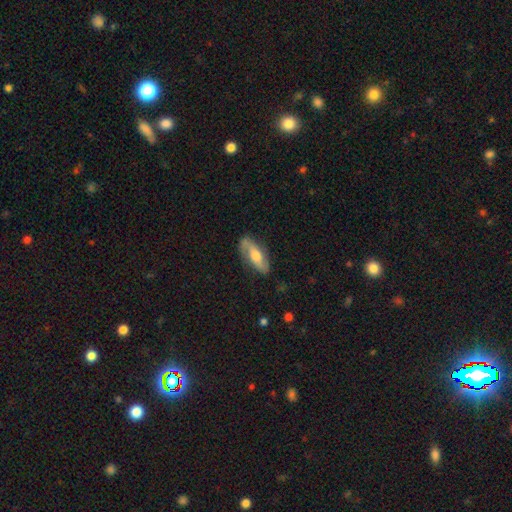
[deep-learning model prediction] Smooth or featured: featured or disk — 59% (smooth — 35%)
Edge-on disk: no — 81% (yes — 19%)
Merging: none — 76% (minor disturbance — 17%)